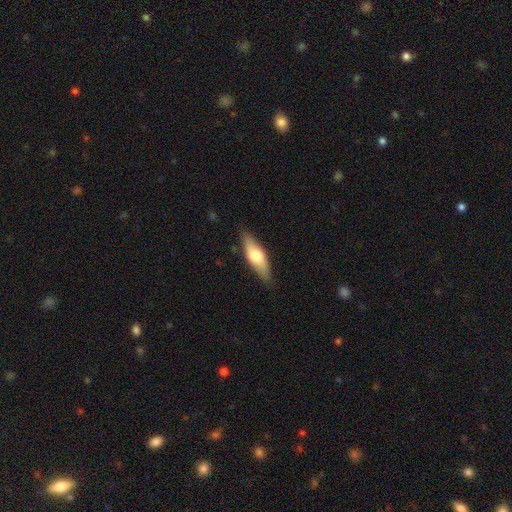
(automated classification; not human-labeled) Smooth or featured? Predicted: smooth (p=0.60). How rounded? Predicted: in between (p=0.57). Merging? Predicted: none (p=0.84).